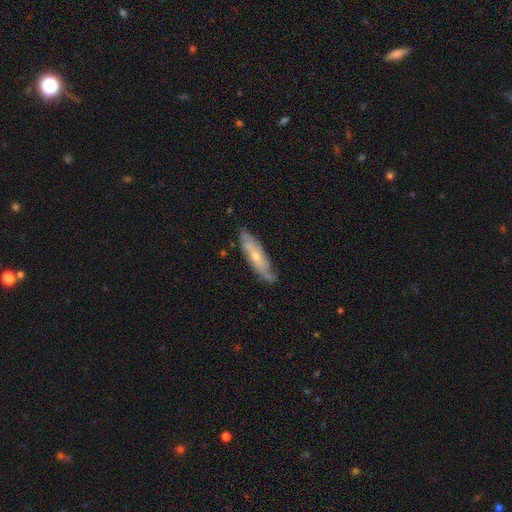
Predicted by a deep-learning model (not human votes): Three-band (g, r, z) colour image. It shows a featured or disk galaxy (71%). Merging: none (74%).